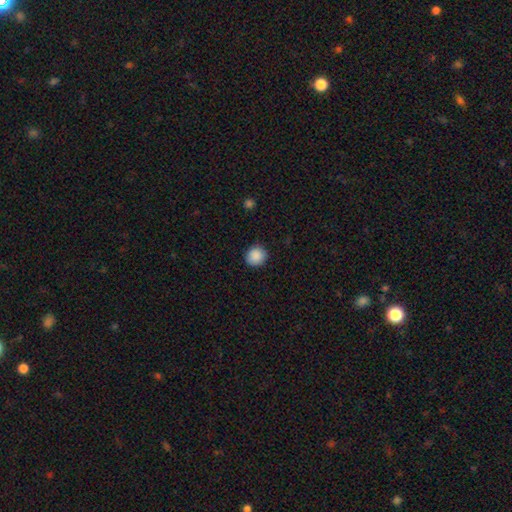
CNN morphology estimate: A smooth galaxy with no disk features (89%) that is round (89%). Merging: none (89%).